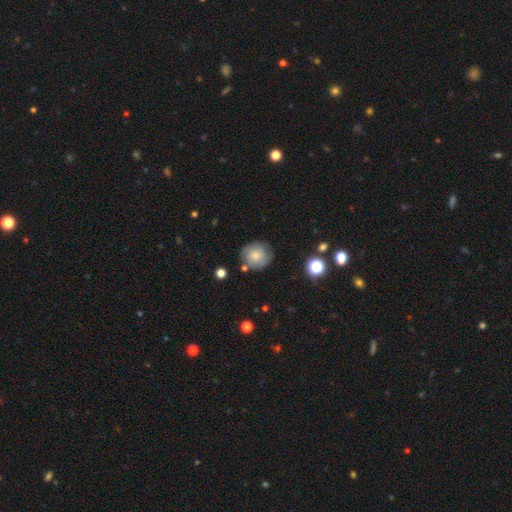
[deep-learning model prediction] Smooth or featured: smooth — 61% (featured or disk — 30%)
How rounded: round — 87% (in between — 12%)
Merging: none — 75% (minor disturbance — 17%)